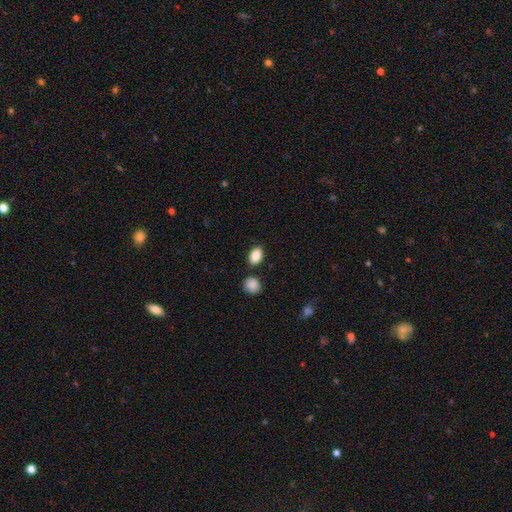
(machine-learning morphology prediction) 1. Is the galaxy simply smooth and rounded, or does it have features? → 86% smooth, 8% star or artifact, 6% featured or disk.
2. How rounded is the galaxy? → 88% in between, 11% round, 2% cigar-shaped.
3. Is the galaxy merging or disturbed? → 83% none, 9% minor disturbance, 6% merger, 2% major disturbance.